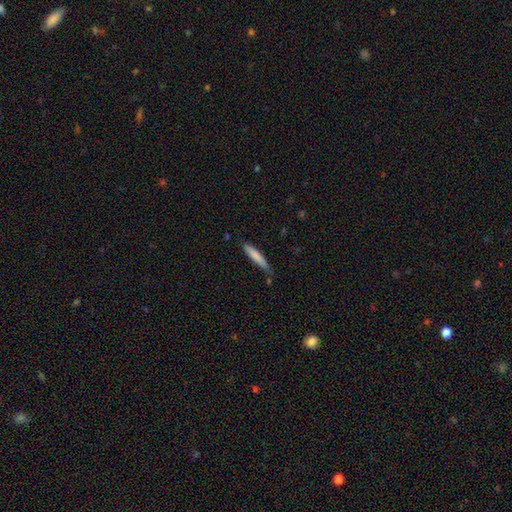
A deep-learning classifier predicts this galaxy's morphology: Smooth or featured?
  - smooth: 80% *
  - featured or disk: 14%
  - star or artifact: 6%
How rounded?
  - cigar-shaped: 90% *
  - in between: 8%
  - round: 1%
Merging?
  - none: 67% *
  - minor disturbance: 26%
  - major disturbance: 4%
  - merger: 3%